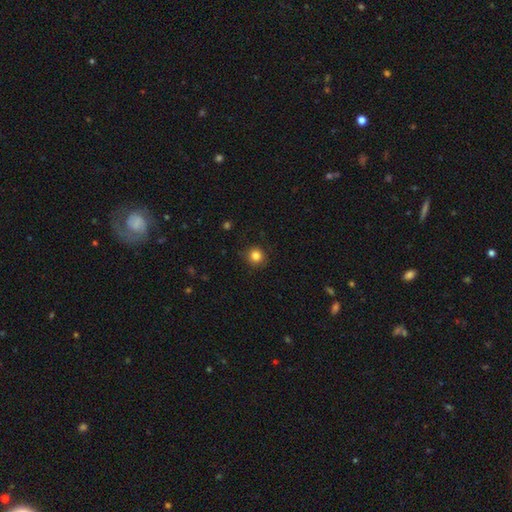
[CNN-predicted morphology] The model was most divided on "smooth or featured": smooth: 84%, star or artifact: 12%, featured or disk: 4%. More confident: how rounded — round (93%); merging — none (88%).